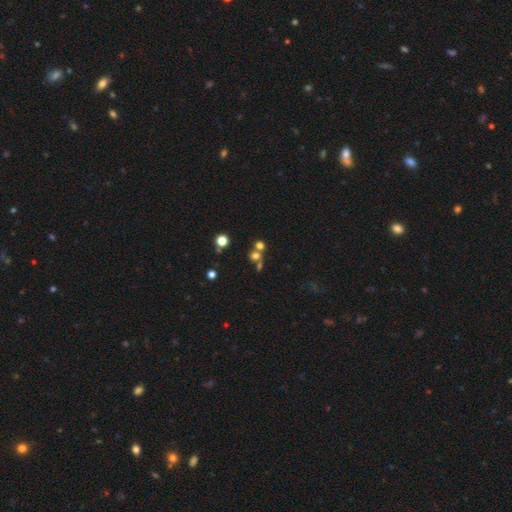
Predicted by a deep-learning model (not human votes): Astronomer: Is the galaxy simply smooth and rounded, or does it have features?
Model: smooth — 60%.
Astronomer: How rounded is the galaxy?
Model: round — 83%.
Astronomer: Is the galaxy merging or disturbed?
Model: none — 49% (runner-up: merger, 38%).